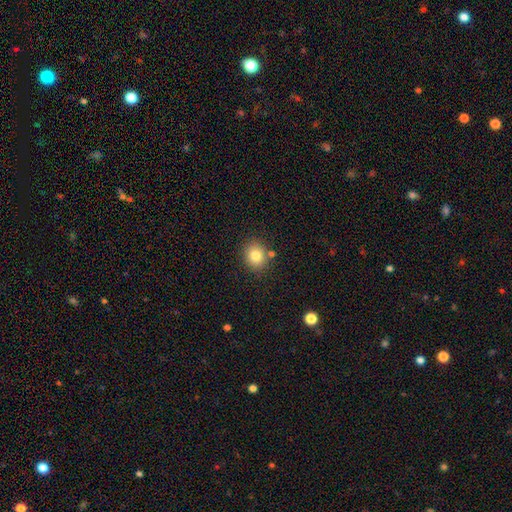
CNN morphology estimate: type=smooth (81%); roundness=round (70%); merging=none (81%).